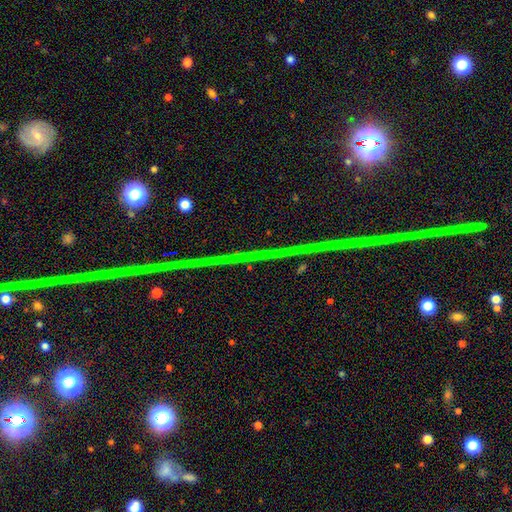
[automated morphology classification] A star or artifact, not a galaxy (84%).

Vote fractions:
- Smooth or featured? star or artifact: 84% / featured or disk: 9% / smooth: 7%